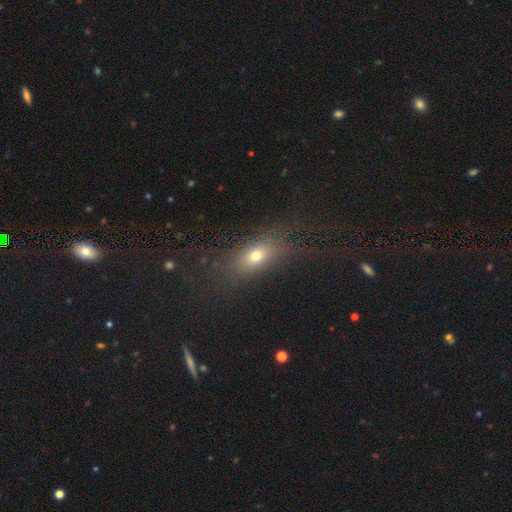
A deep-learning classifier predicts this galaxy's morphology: type=smooth (68%); roundness=in between (72%); merging=none (69%).